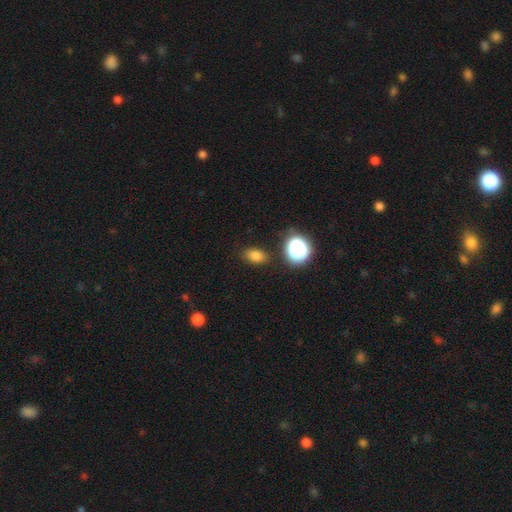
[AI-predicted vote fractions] smooth_or_featured: smooth (p=0.79) [alt: star or artifact p=0.16]
how_rounded: in between (p=0.76) [alt: round p=0.22]
merging: none (p=0.84) [alt: minor disturbance p=0.11]